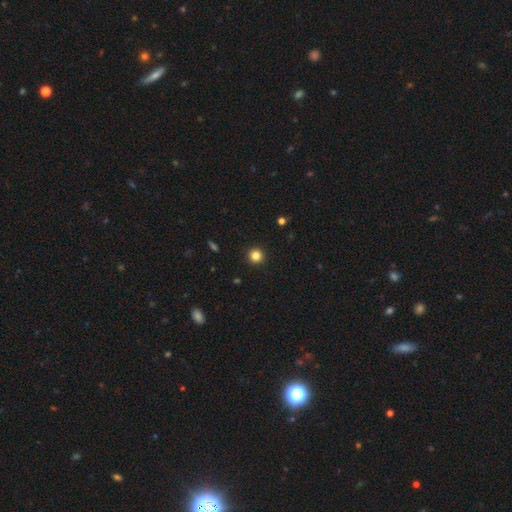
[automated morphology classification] This appears to be a smooth galaxy with no disk features (84%) that is round (95%). Merging: none (93%).